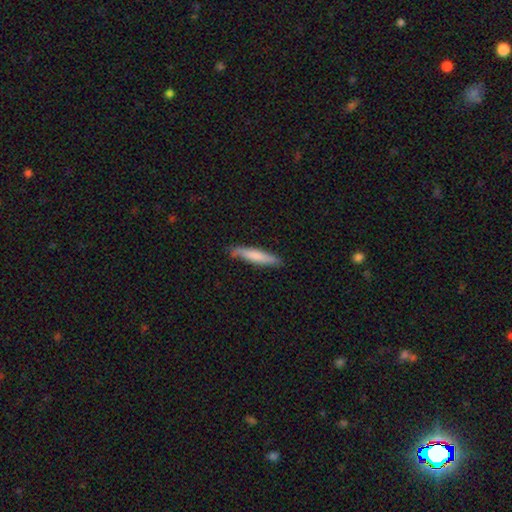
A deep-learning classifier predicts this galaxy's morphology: Smooth or featured? Predicted: smooth (p=0.73). How rounded? Predicted: cigar-shaped (p=0.91). Merging? Predicted: none (p=0.84).